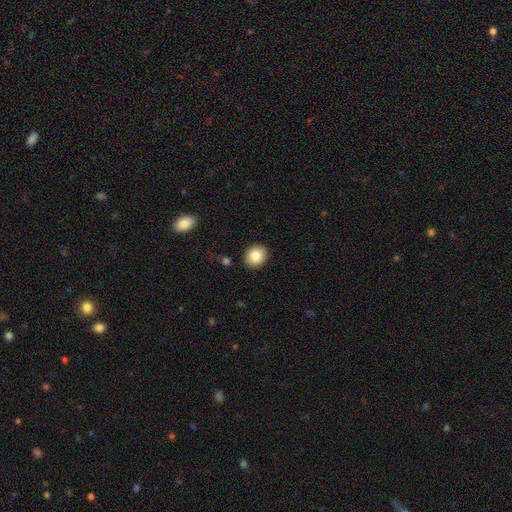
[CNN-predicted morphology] The model was most divided on "how rounded": round: 77%, in between: 23%, cigar-shaped: 1%. More confident: merging — none (90%); smooth or featured — smooth (83%).